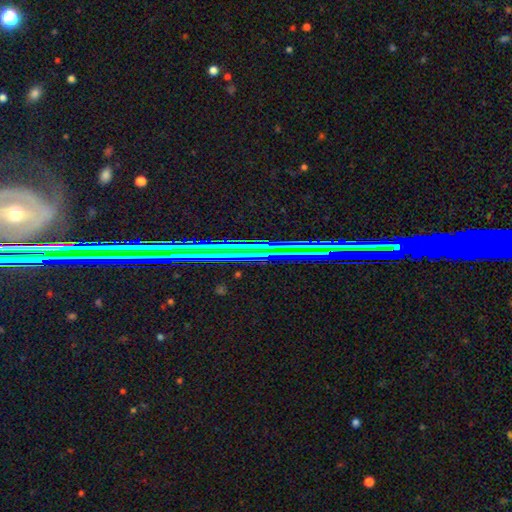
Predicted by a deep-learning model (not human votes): Smooth or featured? Predicted: star or artifact (p=0.71).